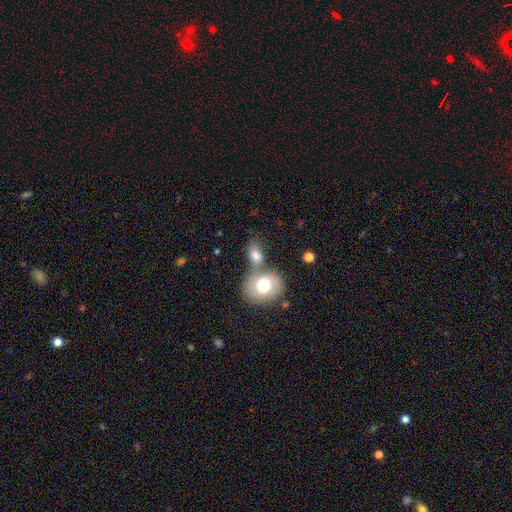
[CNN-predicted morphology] Smooth or featured: smooth — 73% (featured or disk — 18%)
How rounded: in between — 65% (round — 33%)
Merging: merger — 45% (none — 37%)